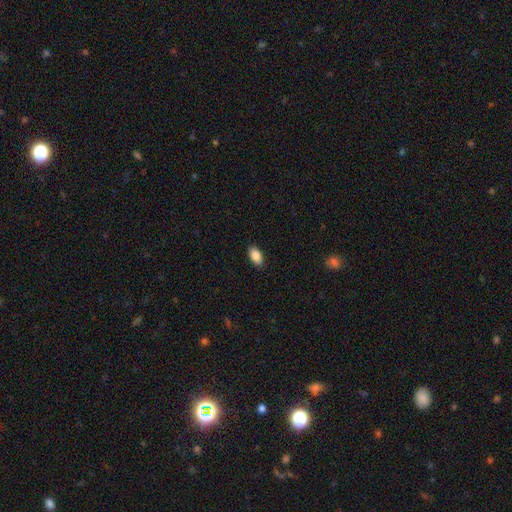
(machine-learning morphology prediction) A smooth galaxy with no disk features (88%) that is in between round and cigar-shaped (93%).

Vote fractions:
- Smooth or featured? smooth: 88% / star or artifact: 7% / featured or disk: 5%
- How rounded? in between: 93% / round: 4% / cigar-shaped: 3%
- Merging? none: 89% / minor disturbance: 8% / major disturbance: 2% / merger: 1%